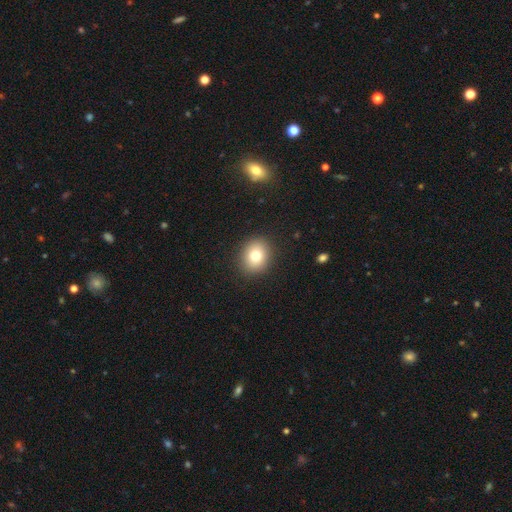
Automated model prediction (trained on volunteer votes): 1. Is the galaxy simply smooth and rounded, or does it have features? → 79% smooth, 11% star or artifact, 11% featured or disk.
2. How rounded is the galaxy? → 61% round, 38% in between, 1% cigar-shaped.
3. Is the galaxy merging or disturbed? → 89% none, 7% minor disturbance, 2% major disturbance, 1% merger.